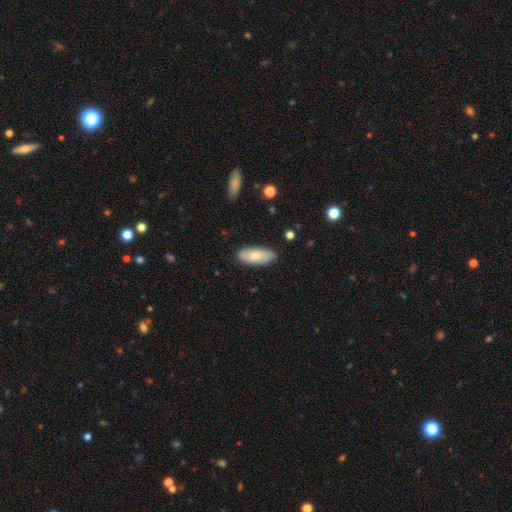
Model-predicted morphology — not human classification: A smooth galaxy with no disk features (73%) that is in between round and cigar-shaped (88%).

Vote fractions:
- Smooth or featured? smooth: 73% / featured or disk: 21% / star or artifact: 6%
- How rounded? in between: 88% / cigar-shaped: 10% / round: 2%
- Merging? none: 83% / minor disturbance: 14% / major disturbance: 2% / merger: 1%